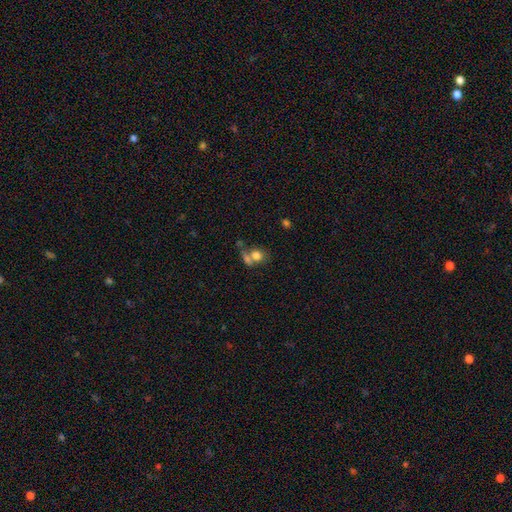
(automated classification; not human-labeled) smooth_or_featured: smooth (p=0.75) [alt: featured or disk p=0.14]
how_rounded: round (p=0.64) [alt: in between p=0.34]
merging: merger (p=0.46) [alt: none p=0.34]